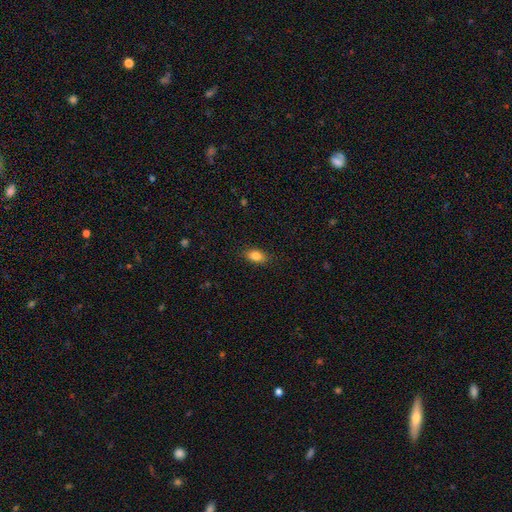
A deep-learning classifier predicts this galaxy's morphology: smooth 84%, star or artifact 9%, featured or disk 7%. Down the decision tree: how rounded — in between (87%); merging — none (87%).